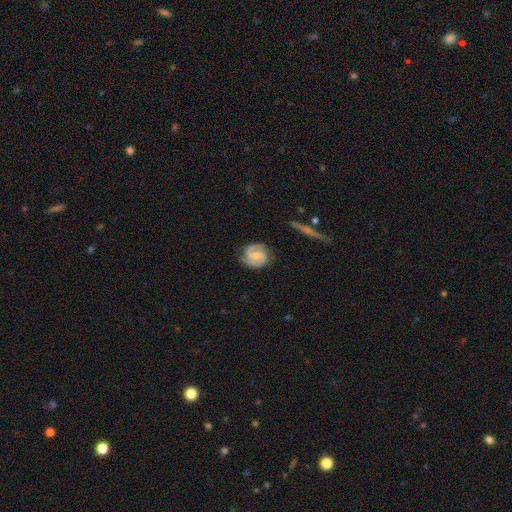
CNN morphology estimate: Smooth or featured? featured or disk (81%)
Edge-on disk? no (98%)
Bar? weak (46%)
Spiral arms? yes (97%)
Spiral winding? medium (45%)
Spiral arm count? 2 (83%)
Bulge size? small (50%)
Merging? none (78%)